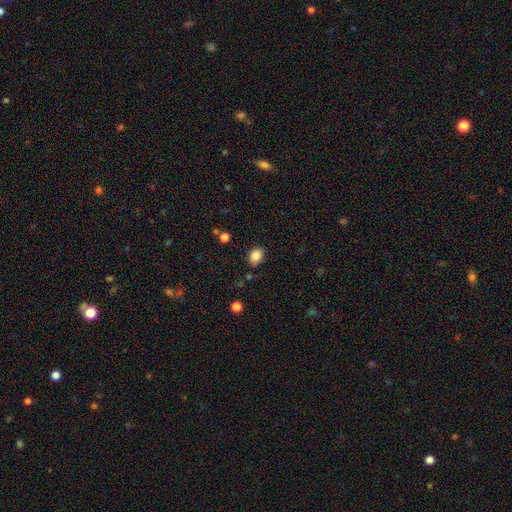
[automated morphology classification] smooth-or-featured: smooth: 86% | star or artifact: 9% | featured or disk: 4%
  how-rounded: in between: 64% | round: 35% | cigar-shaped: 1%
  merging: none: 81% | minor disturbance: 13% | major disturbance: 3% | merger: 3%